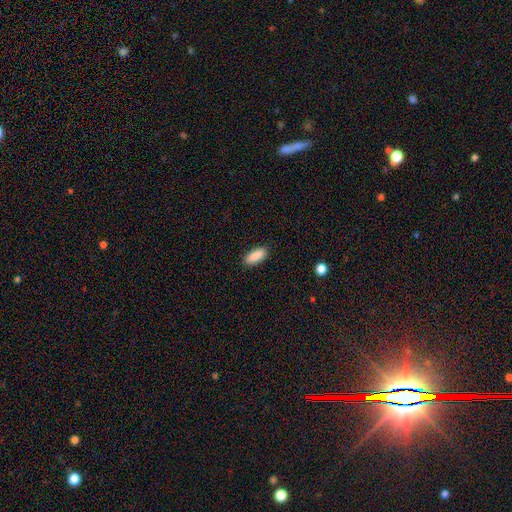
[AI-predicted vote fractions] smooth-or-featured: smooth: 90% | star or artifact: 6% | featured or disk: 4%
  how-rounded: in between: 80% | cigar-shaped: 18% | round: 2%
  merging: none: 88% | minor disturbance: 8% | major disturbance: 2% | merger: 1%